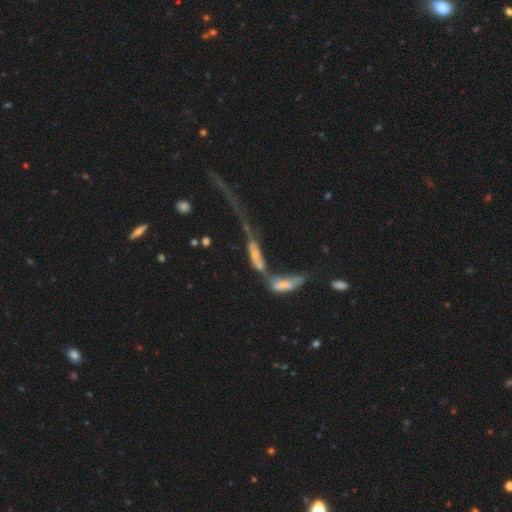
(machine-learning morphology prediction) smooth-or-featured: featured or disk: 45% | smooth: 44% | star or artifact: 12%
  merging: merger: 71% | major disturbance: 15% | none: 8% | minor disturbance: 6%